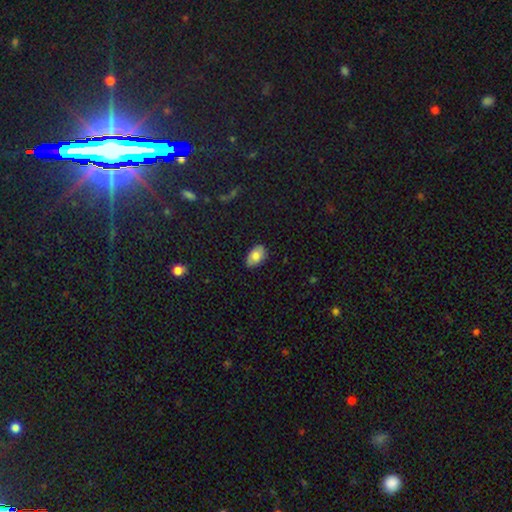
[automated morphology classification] Smooth or featured? smooth (79%)
How rounded? in between (91%)
Merging? none (80%)